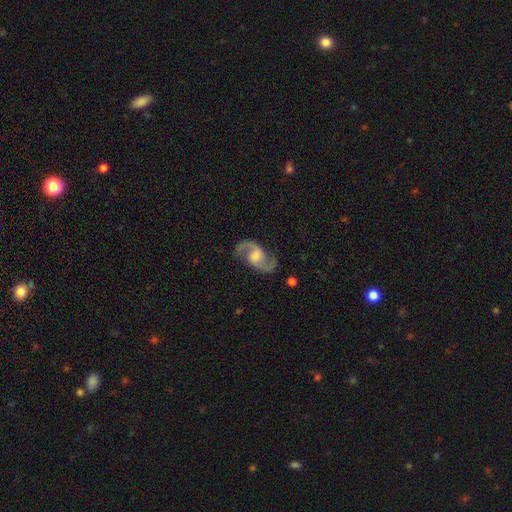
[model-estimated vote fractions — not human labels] Smooth or featured? Predicted: featured or disk (p=0.91). Edge-on disk? Predicted: no (p=0.98). Bar? Predicted: weak (p=0.45). Spiral arms? Predicted: yes (p=0.98). Spiral winding? Predicted: medium (p=0.51). Spiral arm count? Predicted: 2 (p=0.94). Bulge size? Predicted: moderate (p=0.45). Merging? Predicted: none (p=0.82).